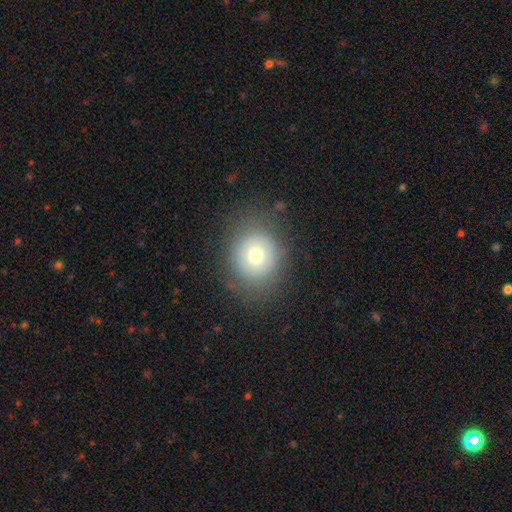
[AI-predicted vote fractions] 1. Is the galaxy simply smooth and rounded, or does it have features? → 69% smooth, 17% featured or disk, 13% star or artifact.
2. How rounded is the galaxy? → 80% round, 19% in between, 1% cigar-shaped.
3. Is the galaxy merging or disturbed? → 79% none, 13% minor disturbance, 6% major disturbance, 1% merger.